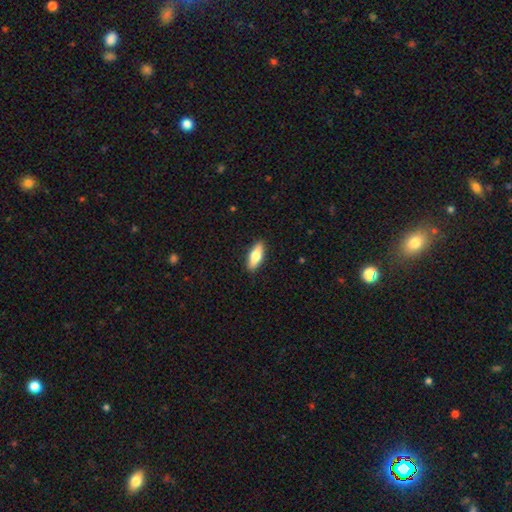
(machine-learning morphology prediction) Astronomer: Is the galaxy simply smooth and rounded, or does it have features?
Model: smooth — 70%.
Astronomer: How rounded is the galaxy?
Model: in between — 65%.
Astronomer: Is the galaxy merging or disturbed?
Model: none — 90%.